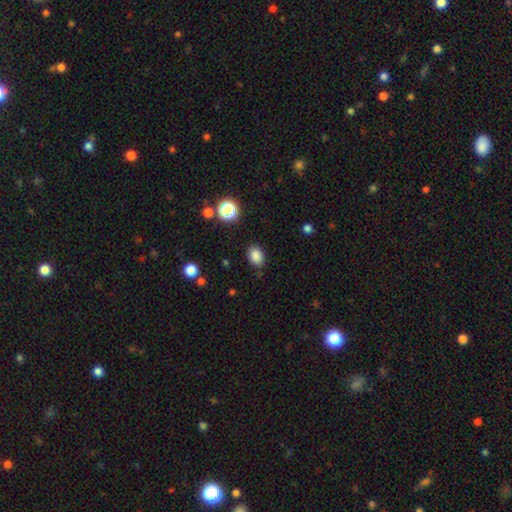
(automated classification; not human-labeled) A smooth galaxy with no disk features (85%) that is in between round and cigar-shaped (65%). Merging: none (82%).